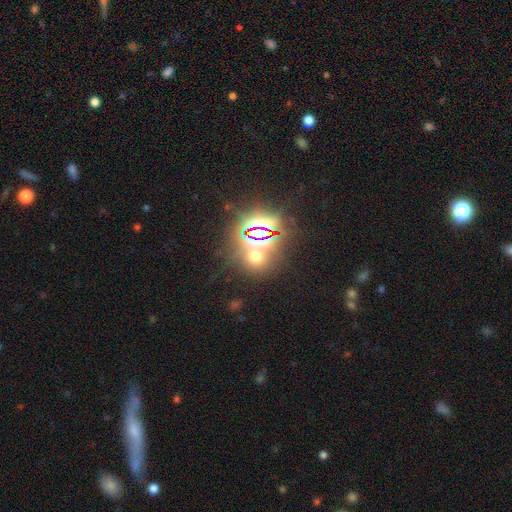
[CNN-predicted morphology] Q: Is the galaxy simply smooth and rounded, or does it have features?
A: star or artifact — 59%.